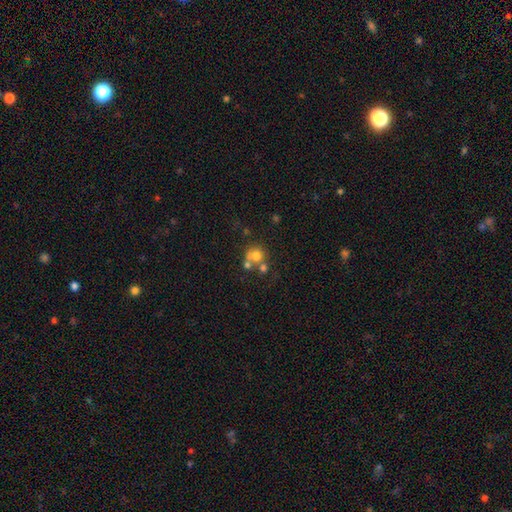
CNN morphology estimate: smooth 67%, featured or disk 19%, star or artifact 14%. Down the decision tree: how rounded — round (81%); merging — merger (42%).